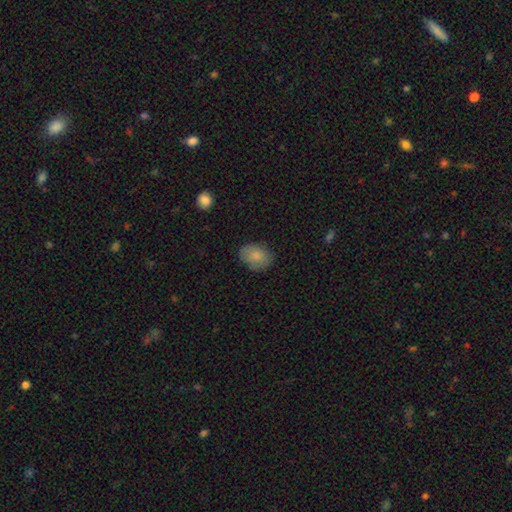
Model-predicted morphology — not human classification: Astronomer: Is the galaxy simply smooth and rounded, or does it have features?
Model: smooth — 83%.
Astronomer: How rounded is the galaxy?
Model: in between — 72%.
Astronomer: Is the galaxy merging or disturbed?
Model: none — 79%.